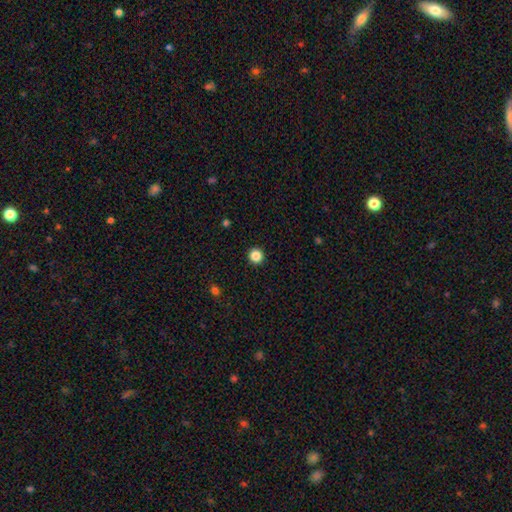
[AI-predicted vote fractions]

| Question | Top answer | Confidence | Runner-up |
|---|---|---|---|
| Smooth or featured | smooth | 86% | star or artifact (11%) |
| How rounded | round | 95% | in between (4%) |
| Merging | none | 94% | minor disturbance (4%) |